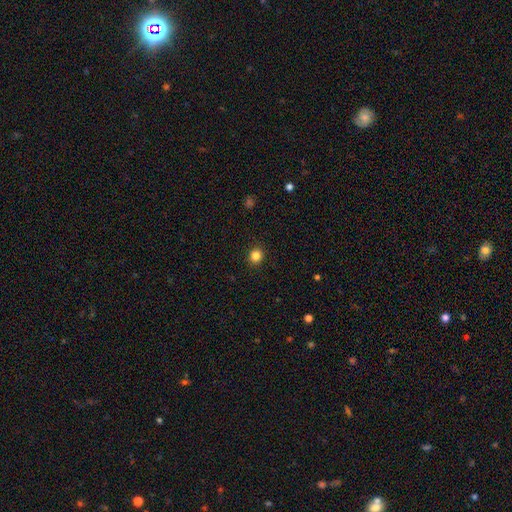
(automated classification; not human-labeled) smooth_or_featured: smooth (p=0.84) [alt: star or artifact p=0.12]
how_rounded: round (p=0.87) [alt: in between p=0.12]
merging: none (p=0.92) [alt: minor disturbance p=0.05]